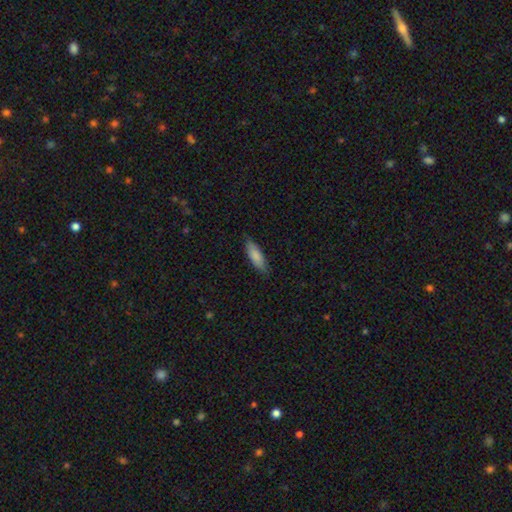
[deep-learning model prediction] This is clearly a smooth galaxy (85%). How rounded: possibly in between (52%). Merging: clearly none (84%).